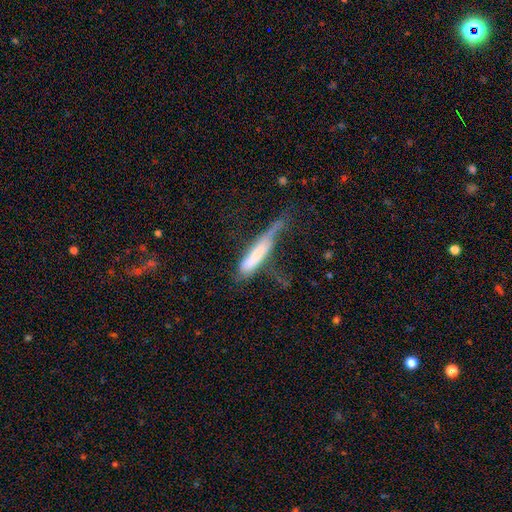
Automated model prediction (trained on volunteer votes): smooth-or-featured: smooth: 59% | featured or disk: 34% | star or artifact: 7%
  how-rounded: cigar-shaped: 80% | in between: 18% | round: 2%
  merging: major disturbance: 43% | minor disturbance: 28% | none: 23% | merger: 7%